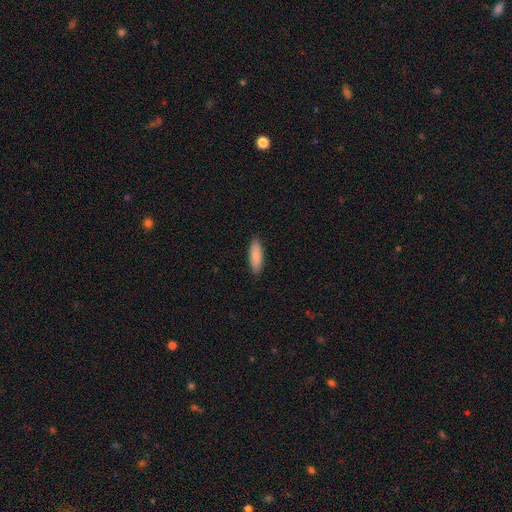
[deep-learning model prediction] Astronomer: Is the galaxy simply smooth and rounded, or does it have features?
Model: smooth — 86%.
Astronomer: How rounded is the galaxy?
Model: in between — 54% (runner-up: cigar-shaped, 45%).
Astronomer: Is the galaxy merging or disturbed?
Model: none — 90%.